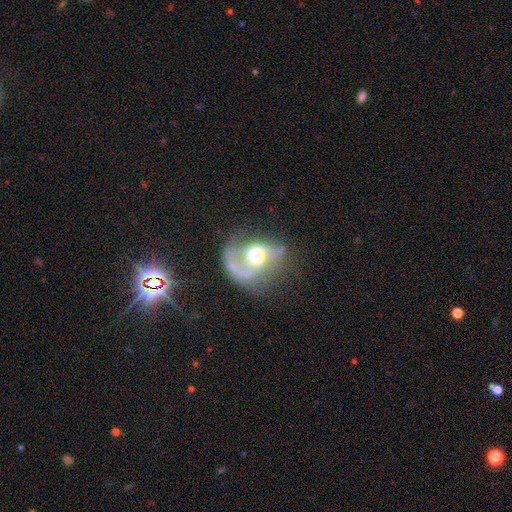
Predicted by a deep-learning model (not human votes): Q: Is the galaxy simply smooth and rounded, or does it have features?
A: featured or disk — 75%.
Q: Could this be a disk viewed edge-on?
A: no — 96%.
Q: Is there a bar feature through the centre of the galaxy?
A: no — 66%.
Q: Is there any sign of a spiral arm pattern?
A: yes — 77%.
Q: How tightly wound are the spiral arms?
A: loose — 49%.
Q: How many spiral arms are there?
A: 2 — 48%.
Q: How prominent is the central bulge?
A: moderate — 59%.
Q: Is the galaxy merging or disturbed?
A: major disturbance — 39%.